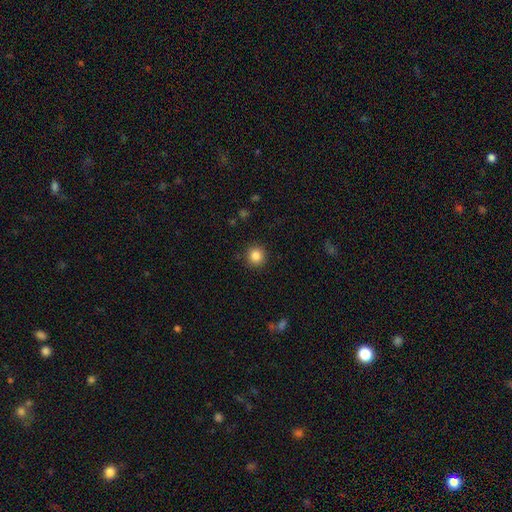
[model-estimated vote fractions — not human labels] Smooth or featured: smooth — 86% (star or artifact — 10%)
How rounded: round — 94% (in between — 5%)
Merging: none — 90% (minor disturbance — 6%)